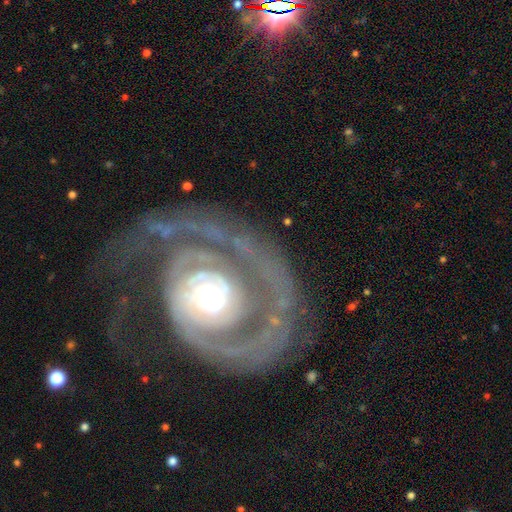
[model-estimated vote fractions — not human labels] This appears to be a featured or disk galaxy (90%) with no bar (71%), 2 (37%) tight (64%) spiral arms (95%) and a moderate central bulge (62%). Merging: none (51%).